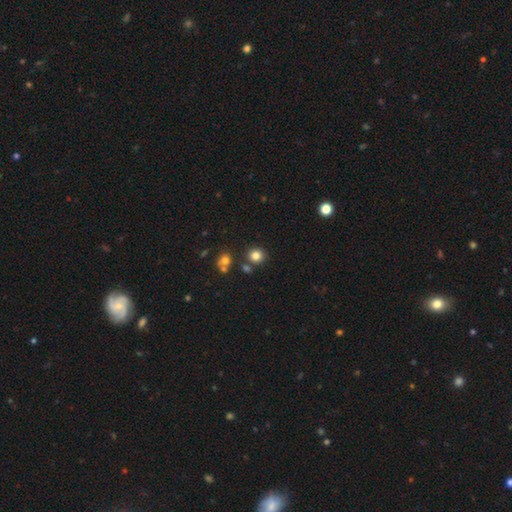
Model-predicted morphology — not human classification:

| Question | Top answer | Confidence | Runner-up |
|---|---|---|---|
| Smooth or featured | smooth | 81% | star or artifact (13%) |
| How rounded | round | 88% | in between (11%) |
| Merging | none | 81% | merger (9%) |